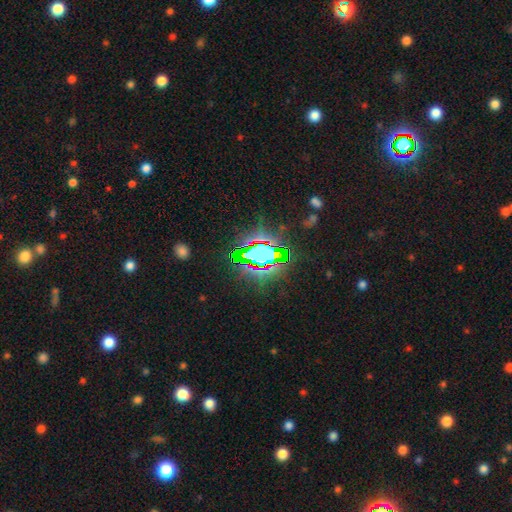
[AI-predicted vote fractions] Smooth or featured? Predicted: star or artifact (p=0.81).